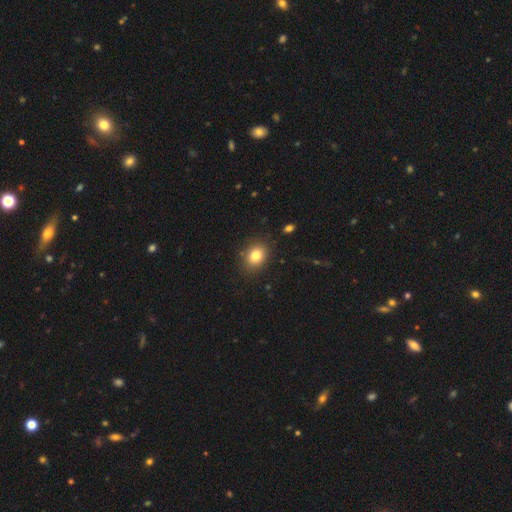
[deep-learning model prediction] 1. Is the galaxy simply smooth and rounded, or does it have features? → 81% smooth, 11% star or artifact, 8% featured or disk.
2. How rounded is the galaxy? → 54% in between, 45% round, 1% cigar-shaped.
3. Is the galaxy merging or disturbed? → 87% none, 9% minor disturbance, 3% major disturbance, 1% merger.